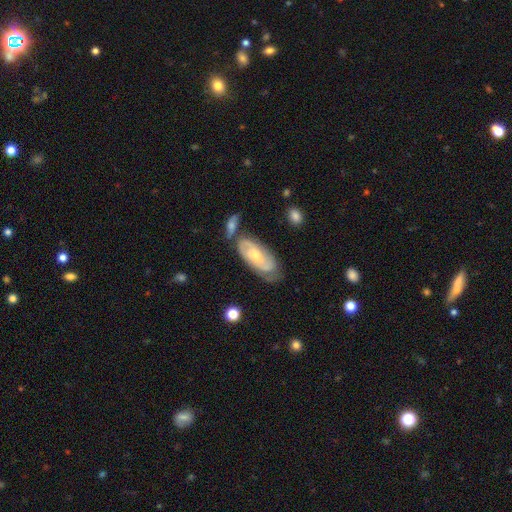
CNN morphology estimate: smooth-or-featured: featured or disk: 66% | smooth: 28% | star or artifact: 6%
  disk-edge-on: no: 91% | yes: 9%
    bar: no: 68% | weak: 26% | strong: 6%
    has-spiral-arms: yes: 86% | no: 14%
      spiral-winding: tight: 54% | medium: 34% | loose: 12%
      spiral-arm-count: 2: 51% | can't tell: 34% | 3: 7% | 1: 5% | 4: 2% | more than 4: 2%
    bulge-size: small: 61% | moderate: 34% | none: 2% | large: 2% | dominant: 1%
  merging: none: 56% | minor disturbance: 23% | merger: 12% | major disturbance: 9%